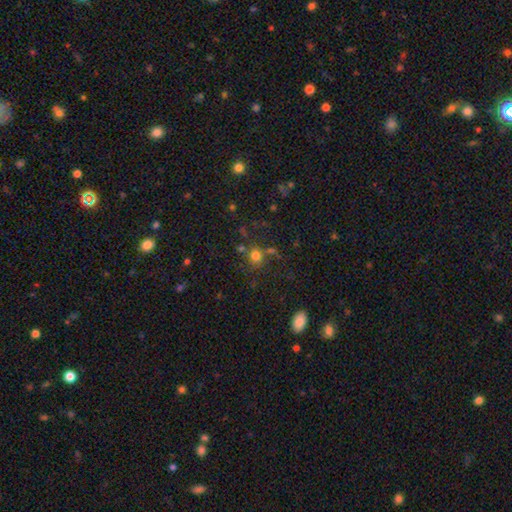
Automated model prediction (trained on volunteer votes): The model was most divided on "smooth or featured": smooth: 71%, star or artifact: 20%, featured or disk: 9%. More confident: how rounded — round (87%); merging — none (67%).